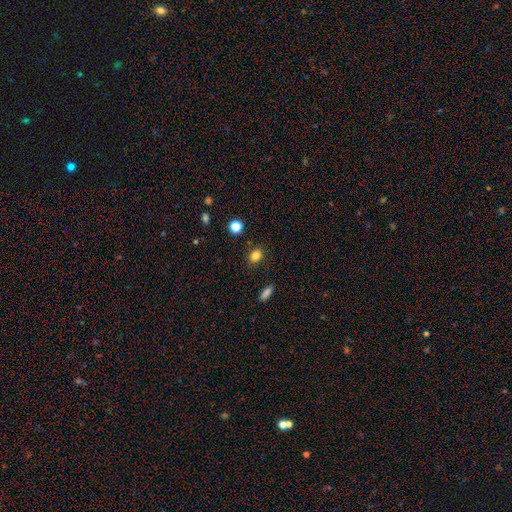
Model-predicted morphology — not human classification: Q: Smooth or featured?
A: smooth (83%); runner-up: star or artifact (12%)
Q: How rounded?
A: round (51%); runner-up: in between (48%)
Q: Merging?
A: none (86%); runner-up: minor disturbance (10%)